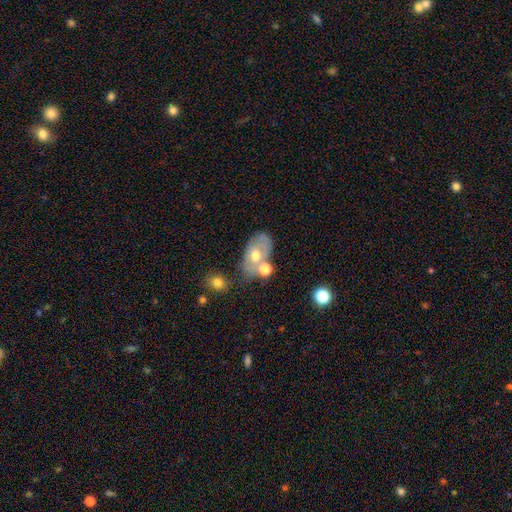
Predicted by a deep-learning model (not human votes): smooth-or-featured: smooth: 46% | featured or disk: 45% | star or artifact: 9%
  merging: none: 47% | merger: 26% | minor disturbance: 19% | major disturbance: 8%